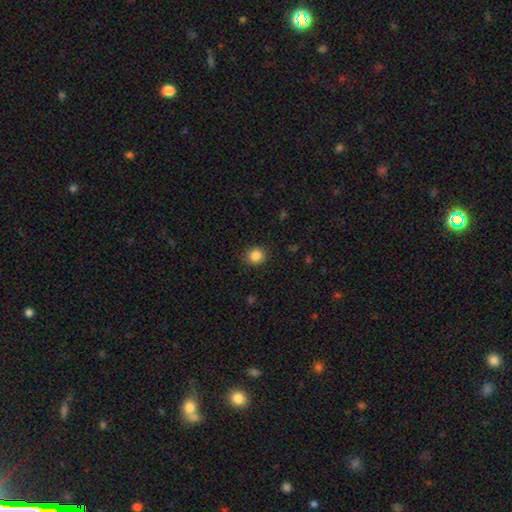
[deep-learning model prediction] Morphology: type=smooth (86%); roundness=round (87%); merging=none (91%).